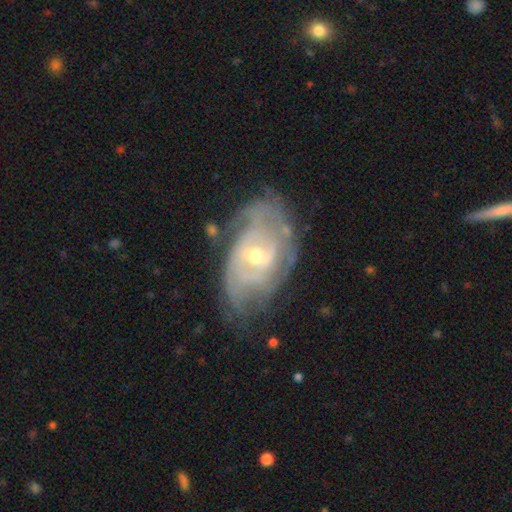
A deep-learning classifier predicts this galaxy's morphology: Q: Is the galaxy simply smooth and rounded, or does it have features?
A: featured or disk — 83%.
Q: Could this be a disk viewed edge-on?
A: no — 95%.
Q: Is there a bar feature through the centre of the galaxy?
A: weak — 45%.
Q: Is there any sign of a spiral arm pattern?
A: yes — 89%.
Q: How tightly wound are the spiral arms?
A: tight — 63%.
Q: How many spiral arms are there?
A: can't tell — 45%.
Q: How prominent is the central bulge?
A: small — 50%.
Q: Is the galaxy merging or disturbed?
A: none — 62%.